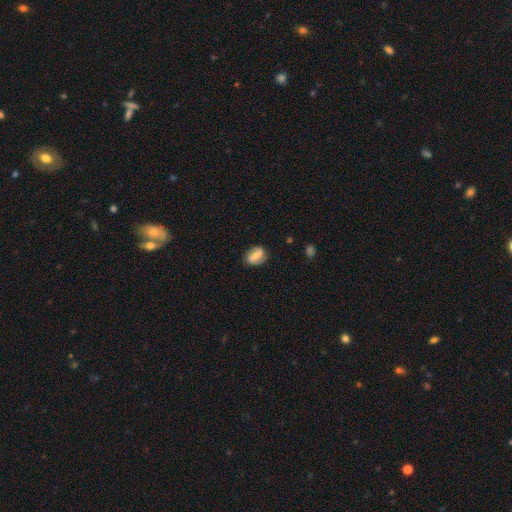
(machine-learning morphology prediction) A featured or disk galaxy (54%) with a weak bar (42%), spiral arms (86%) and a moderate central bulge (39%). Merging: none (80%).